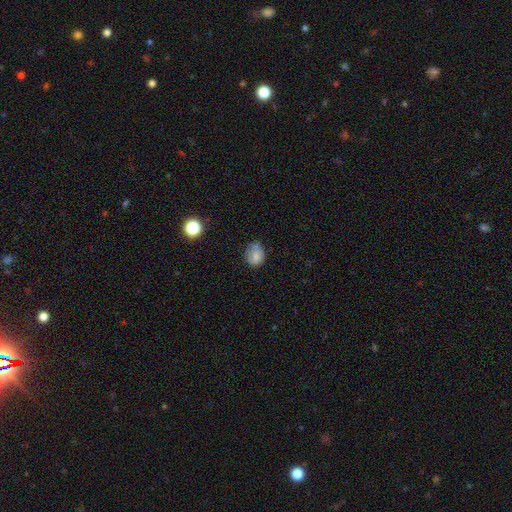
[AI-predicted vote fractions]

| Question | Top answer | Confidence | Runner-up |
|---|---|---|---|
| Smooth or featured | smooth | 72% | featured or disk (17%) |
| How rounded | in between | 50% | round (49%) |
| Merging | none | 59% | minor disturbance (30%) |